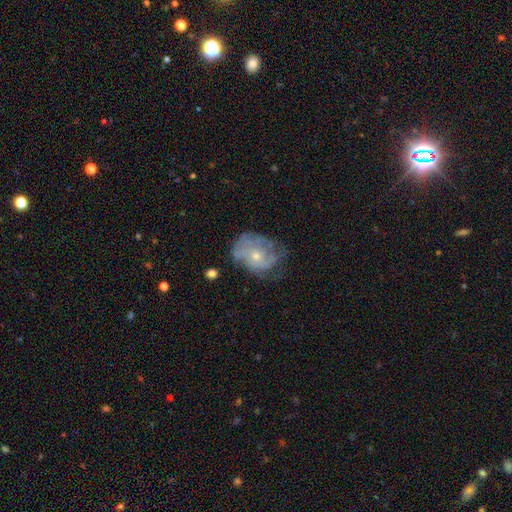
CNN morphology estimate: Smooth or featured?
  - featured or disk: 62% *
  - smooth: 29%
  - star or artifact: 9%
Edge-on disk?
  - no: 97% *
  - yes: 3%
Bar?
  - no: 82% *
  - weak: 16%
  - strong: 2%
Spiral arms?
  - yes: 66% *
  - no: 34%
Bulge size?
  - small: 57% *
  - moderate: 38%
  - none: 2%
  - large: 1%
  - dominant: 1%
Merging?
  - none: 47% *
  - minor disturbance: 30%
  - major disturbance: 21%
  - merger: 2%